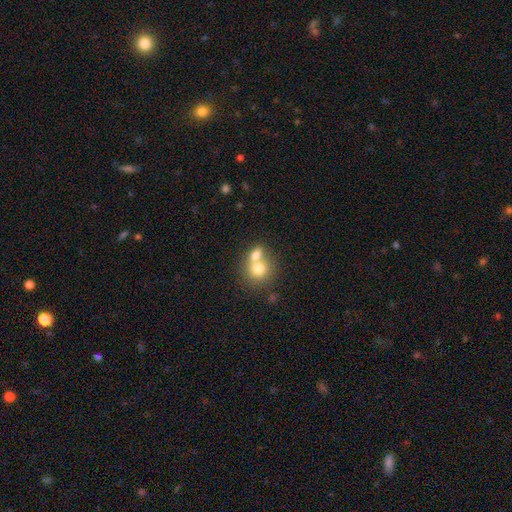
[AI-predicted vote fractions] Morphology: type=smooth (73%); roundness=round (71%); merging=merger (63%).